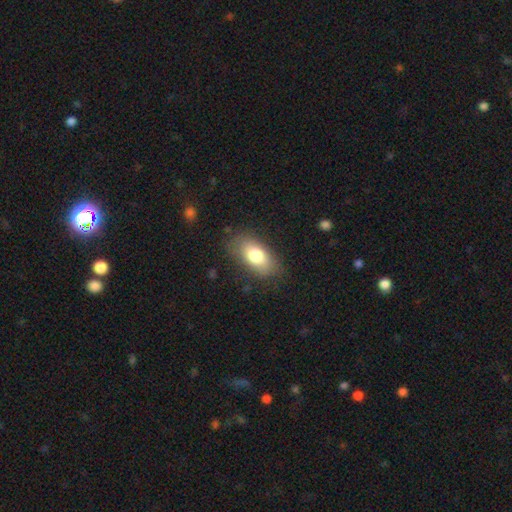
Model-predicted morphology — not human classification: A smooth galaxy with no disk features (77%) that is in between round and cigar-shaped (90%).

Vote fractions:
- Smooth or featured? smooth: 77% / featured or disk: 15% / star or artifact: 7%
- How rounded? in between: 90% / round: 5% / cigar-shaped: 4%
- Merging? none: 78% / minor disturbance: 15% / major disturbance: 5% / merger: 1%